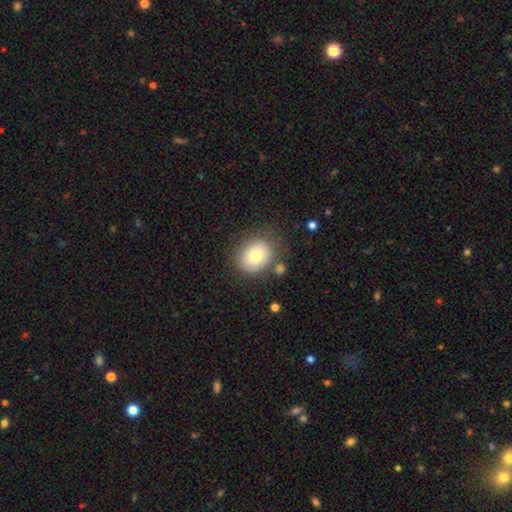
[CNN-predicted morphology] This is likely a smooth galaxy (74%). How rounded: possibly round (59%). Merging: likely none (71%).